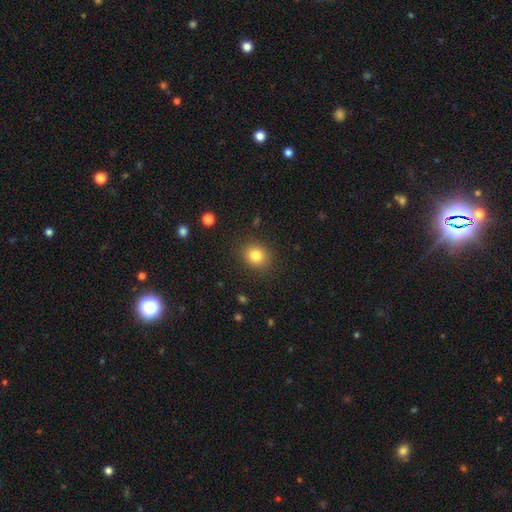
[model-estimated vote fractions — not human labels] Smooth or featured? smooth (82%)
How rounded? round (76%)
Merging? none (87%)